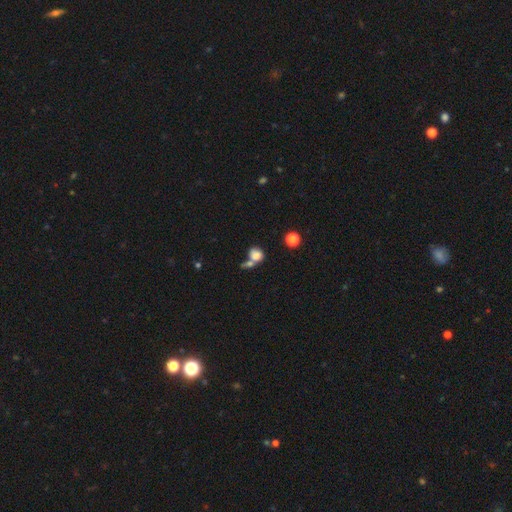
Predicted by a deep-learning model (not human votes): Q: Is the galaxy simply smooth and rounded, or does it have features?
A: smooth — 79%.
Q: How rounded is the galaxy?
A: round — 66%.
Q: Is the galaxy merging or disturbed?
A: merger — 45%.